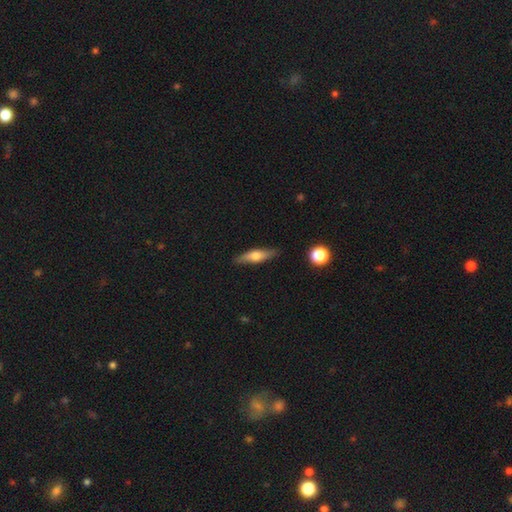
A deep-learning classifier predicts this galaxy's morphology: type=smooth (50%); roundness=cigar-shaped (64%); merging=none (85%).